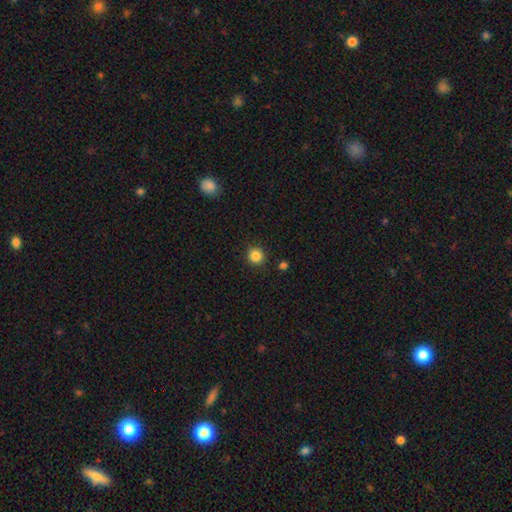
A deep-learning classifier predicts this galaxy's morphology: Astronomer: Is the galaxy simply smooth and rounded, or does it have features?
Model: smooth — 84%.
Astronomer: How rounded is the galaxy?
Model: round — 92%.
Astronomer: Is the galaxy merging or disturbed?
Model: none — 90%.